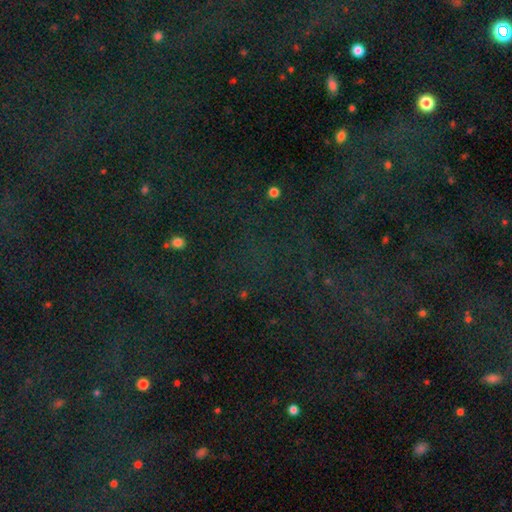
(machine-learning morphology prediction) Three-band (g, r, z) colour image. It shows a star or artifact, not a galaxy (78%).